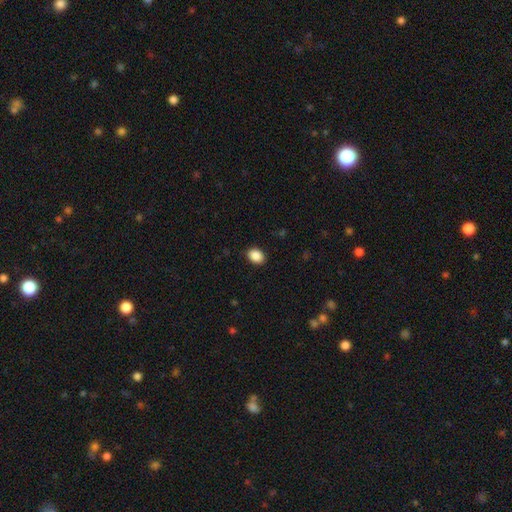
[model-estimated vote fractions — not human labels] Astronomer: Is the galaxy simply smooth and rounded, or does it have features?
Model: smooth — 89%.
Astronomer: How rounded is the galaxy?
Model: in between — 66%.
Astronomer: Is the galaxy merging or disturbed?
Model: none — 89%.